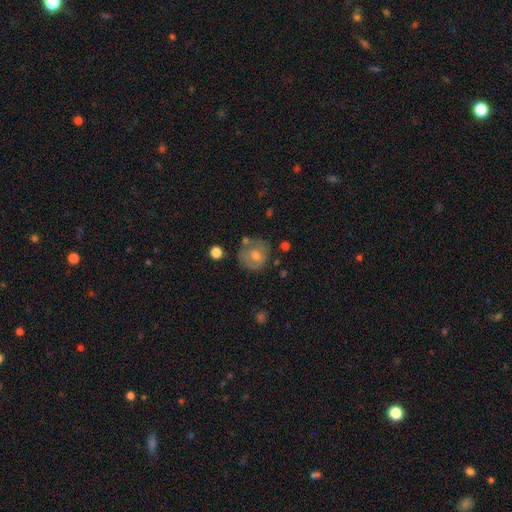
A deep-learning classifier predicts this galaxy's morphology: Smooth or featured? smooth (54%)
How rounded? round (84%)
Merging? none (66%)